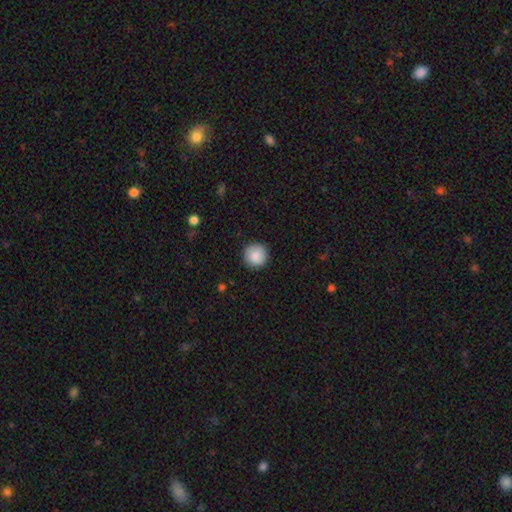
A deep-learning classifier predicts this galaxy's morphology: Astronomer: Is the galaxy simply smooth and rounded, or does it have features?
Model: smooth — 89%.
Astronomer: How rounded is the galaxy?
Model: round — 95%.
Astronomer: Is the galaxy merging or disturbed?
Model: none — 91%.